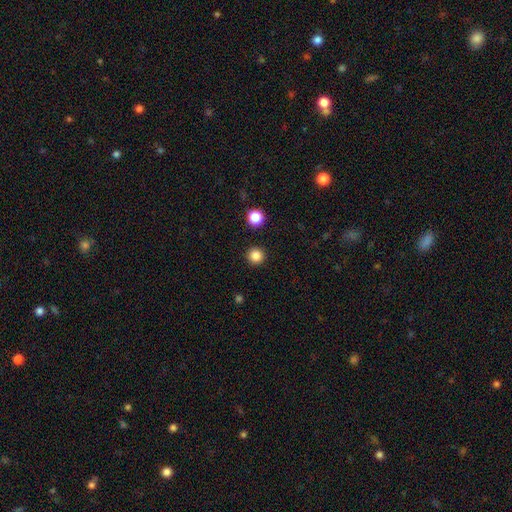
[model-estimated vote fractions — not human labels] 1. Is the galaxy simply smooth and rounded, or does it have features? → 84% smooth, 12% star or artifact, 4% featured or disk.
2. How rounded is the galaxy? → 96% round, 3% in between, 1% cigar-shaped.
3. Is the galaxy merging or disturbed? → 92% none, 4% minor disturbance, 2% major disturbance, 1% merger.